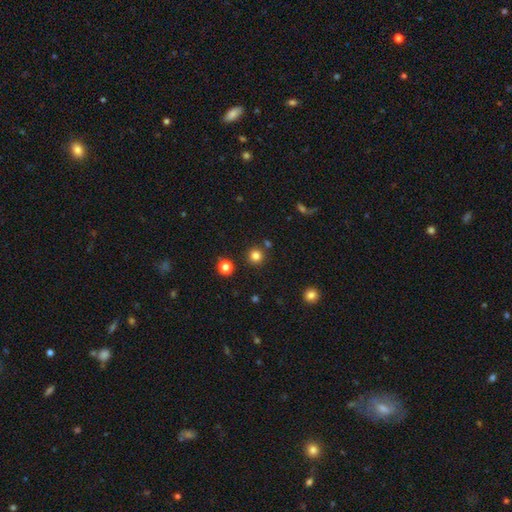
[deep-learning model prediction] The model was most divided on "smooth or featured": smooth: 82%, star or artifact: 13%, featured or disk: 5%. More confident: how rounded — round (95%); merging — none (88%).